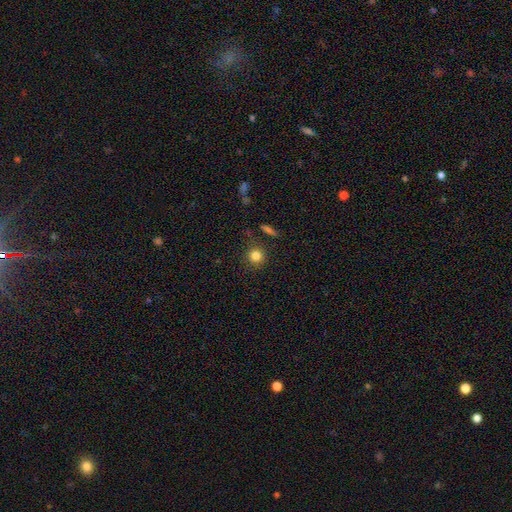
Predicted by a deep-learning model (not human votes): Smooth or featured? smooth (81%)
How rounded? round (92%)
Merging? none (86%)